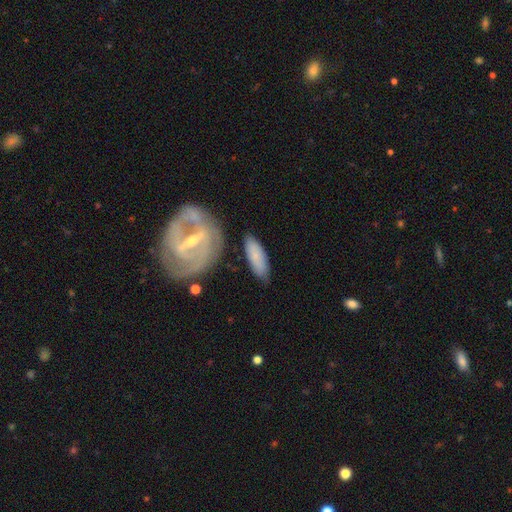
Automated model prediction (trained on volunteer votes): Morphology: type=smooth (64%); roundness=in between (64%); merging=none (74%).